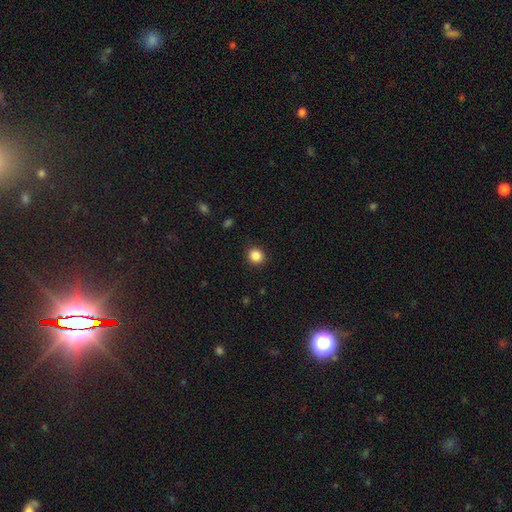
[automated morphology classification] smooth_or_featured: smooth (p=0.87) [alt: star or artifact p=0.10]
how_rounded: round (p=0.87) [alt: in between p=0.12]
merging: none (p=0.90) [alt: minor disturbance p=0.07]